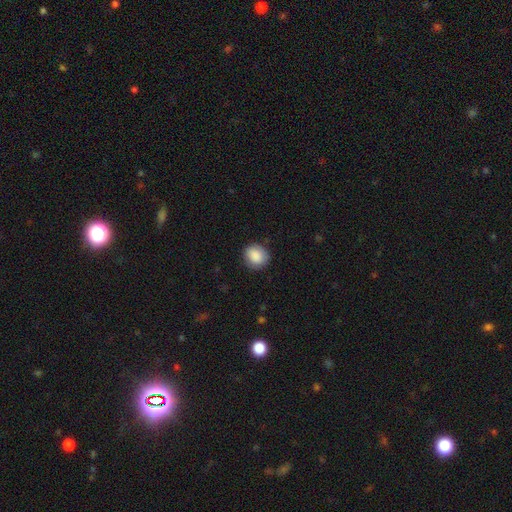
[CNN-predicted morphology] A smooth galaxy with no disk features (88%) that is round (74%). Merging: none (84%).